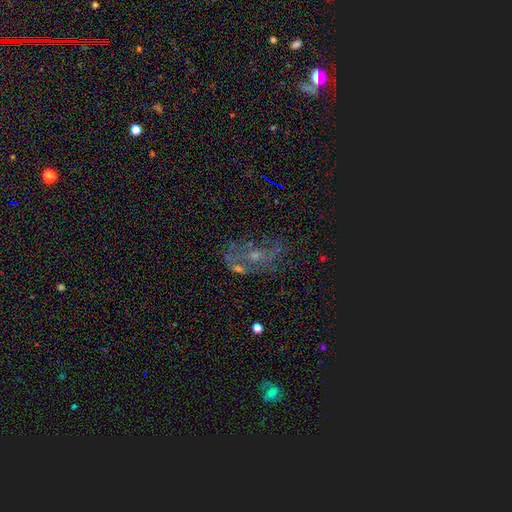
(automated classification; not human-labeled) featured or disk 59%, smooth 21%, star or artifact 20%. Down the decision tree: edge-on disk — no (95%); bar — no (78%); spiral arms — no (60%); bulge size — small (49%); merging — none (42%).